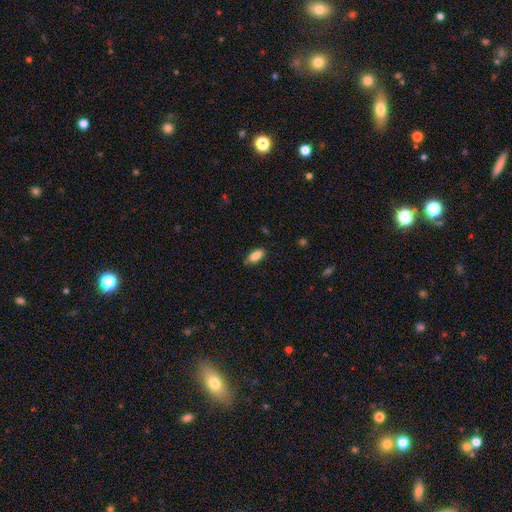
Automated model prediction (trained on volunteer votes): smooth-or-featured: smooth: 86% | star or artifact: 7% | featured or disk: 7%
  how-rounded: in between: 87% | cigar-shaped: 11% | round: 2%
  merging: none: 82% | minor disturbance: 14% | major disturbance: 3% | merger: 1%